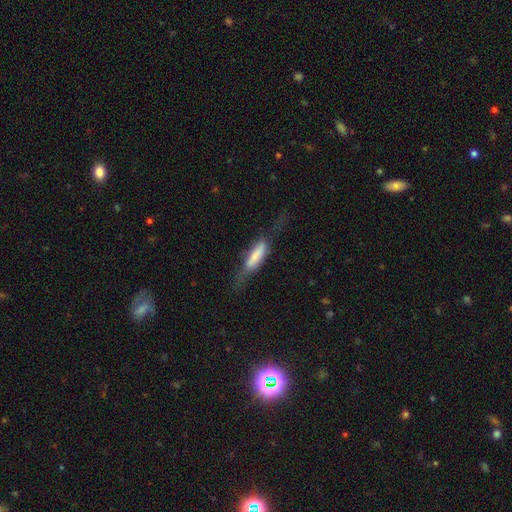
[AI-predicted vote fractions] Smooth or featured? smooth (66%)
How rounded? cigar-shaped (60%)
Merging? none (40%)